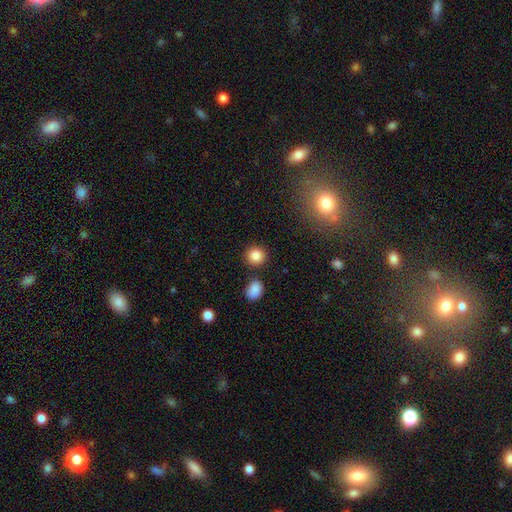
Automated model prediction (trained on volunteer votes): Morphology: type=smooth (86%); roundness=round (89%); merging=none (84%).